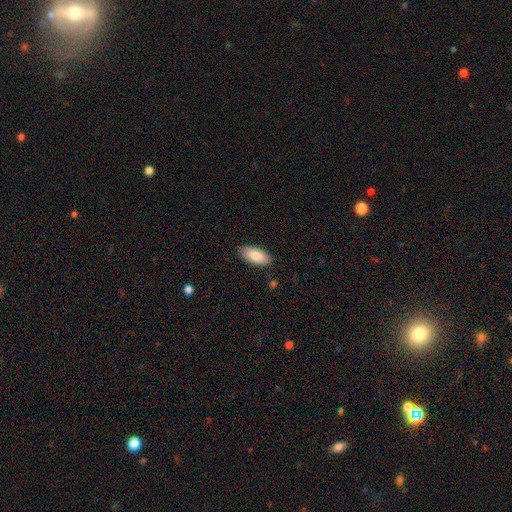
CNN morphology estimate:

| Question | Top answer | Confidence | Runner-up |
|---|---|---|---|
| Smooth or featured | smooth | 85% | featured or disk (9%) |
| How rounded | in between | 92% | cigar-shaped (7%) |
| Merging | none | 87% | minor disturbance (10%) |